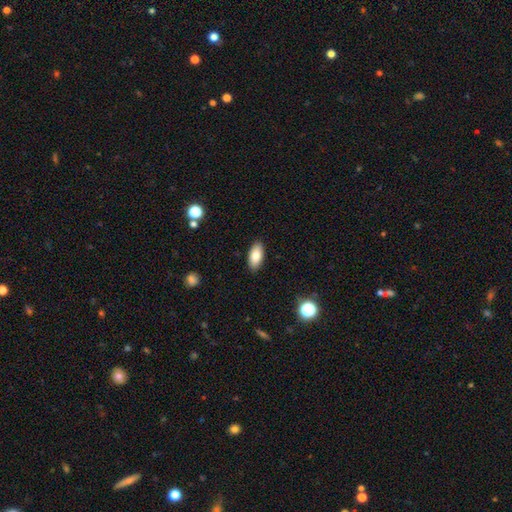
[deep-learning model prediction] A smooth galaxy with no disk features (83%) that is in between round and cigar-shaped (90%).

Vote fractions:
- Smooth or featured? smooth: 83% / featured or disk: 10% / star or artifact: 7%
- How rounded? in between: 90% / cigar-shaped: 7% / round: 3%
- Merging? none: 89% / minor disturbance: 8% / major disturbance: 2% / merger: 1%